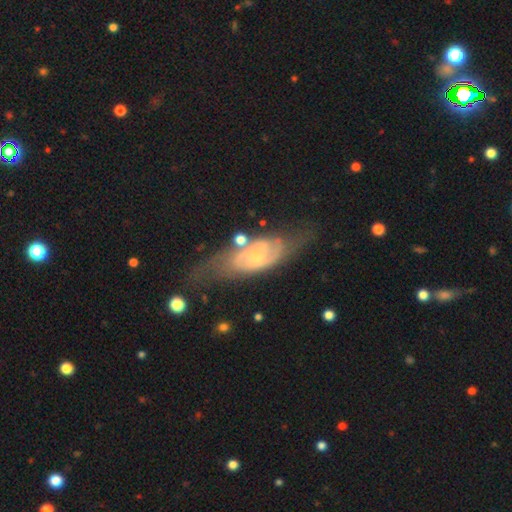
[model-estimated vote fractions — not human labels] Morphology: type=featured or disk (82%); edge-on=no (92%); bar=no (52%); spiral arms=yes (93%); winding=medium (44%); arm count=2 (78%); bulge=small (63%); merging=none (56%).